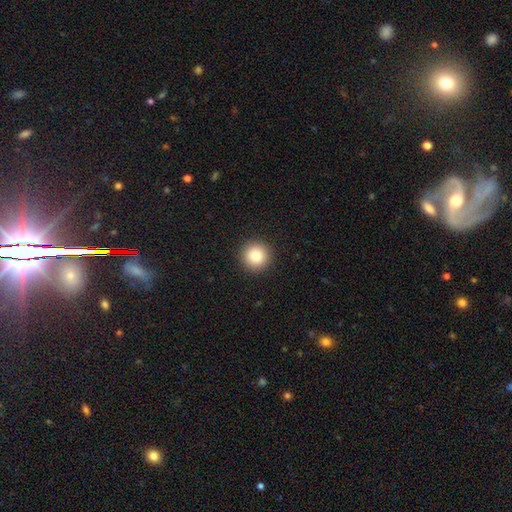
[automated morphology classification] This is clearly a smooth galaxy (81%). How rounded: clearly round (96%). Merging: clearly none (93%).